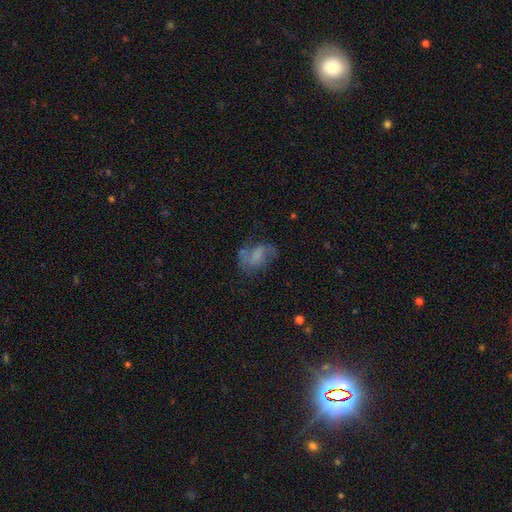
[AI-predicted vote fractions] Q: Smooth or featured?
A: featured or disk (50%); runner-up: smooth (39%)
Q: Merging?
A: none (50%); runner-up: minor disturbance (24%)